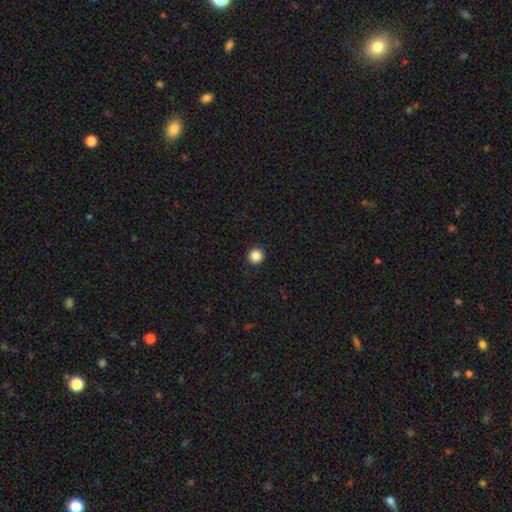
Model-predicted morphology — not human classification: This appears to be a smooth galaxy with no disk features (86%) that is round (96%). Merging: none (93%).